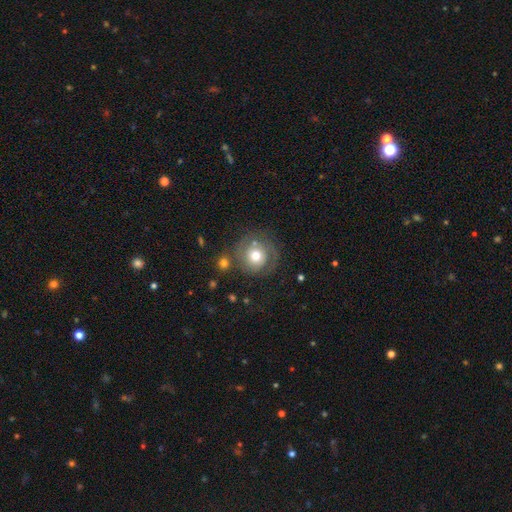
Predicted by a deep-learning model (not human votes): featured or disk 48%, smooth 44%, star or artifact 9%. Down the decision tree: merging — none (66%).